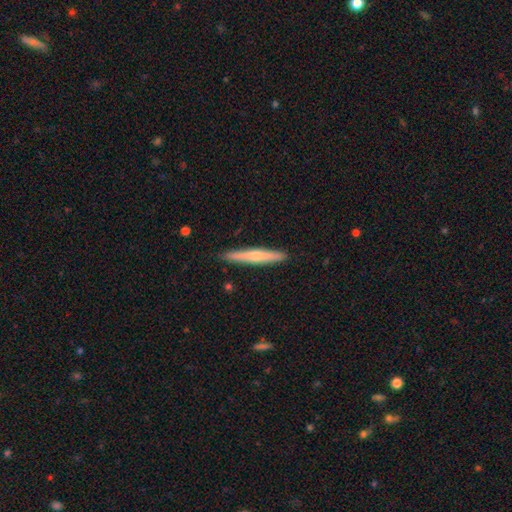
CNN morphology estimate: Q: Smooth or featured?
A: smooth (53%); runner-up: featured or disk (42%)
Q: How rounded?
A: cigar-shaped (95%); runner-up: in between (4%)
Q: Merging?
A: none (91%); runner-up: minor disturbance (7%)